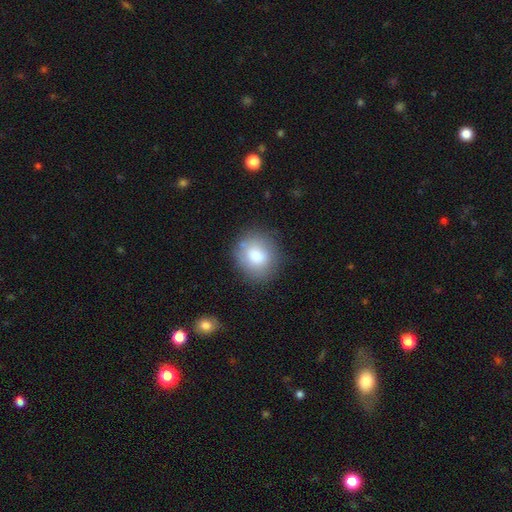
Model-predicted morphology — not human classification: smooth-or-featured: smooth: 80% | featured or disk: 11% | star or artifact: 9%
  how-rounded: round: 75% | in between: 24% | cigar-shaped: 1%
  merging: none: 78% | minor disturbance: 14% | major disturbance: 5% | merger: 3%